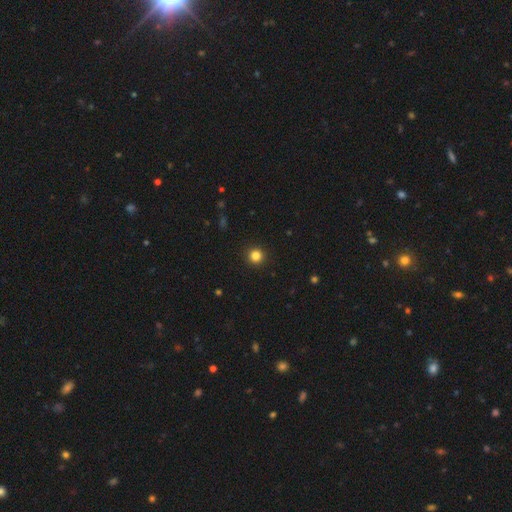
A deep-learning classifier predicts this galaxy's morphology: The model was most divided on "smooth or featured": smooth: 84%, star or artifact: 12%, featured or disk: 4%. More confident: how rounded — round (95%); merging — none (93%).